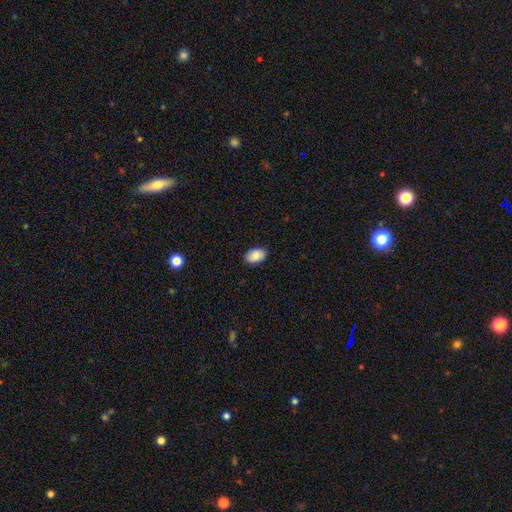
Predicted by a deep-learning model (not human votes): Morphology: type=smooth (86%); roundness=in between (91%); merging=none (88%).